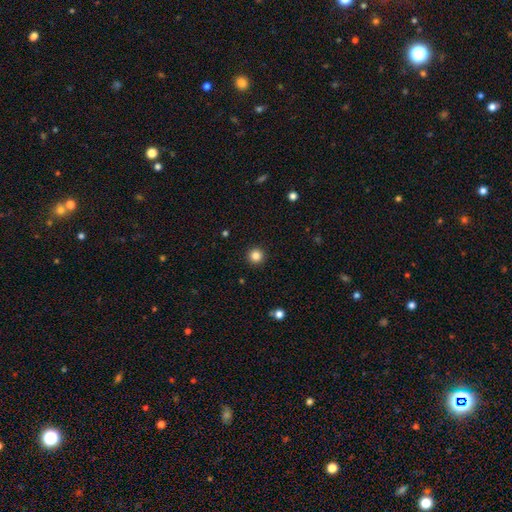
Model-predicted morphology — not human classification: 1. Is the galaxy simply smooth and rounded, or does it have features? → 84% smooth, 12% star or artifact, 4% featured or disk.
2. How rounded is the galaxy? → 96% round, 3% in between, 1% cigar-shaped.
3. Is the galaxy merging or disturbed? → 93% none, 4% minor disturbance, 2% major disturbance, 1% merger.